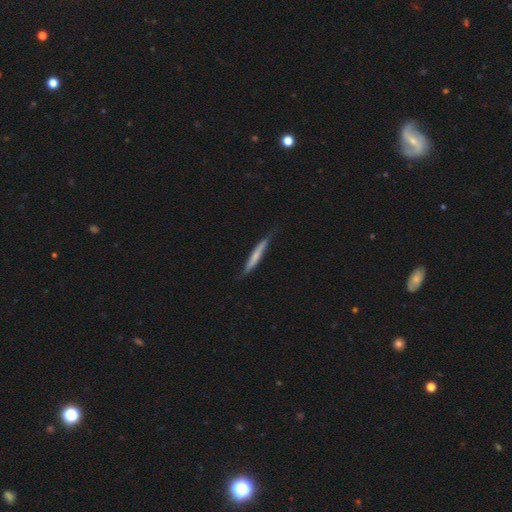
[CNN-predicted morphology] This appears to be a smooth galaxy with no disk features (55%) that is cigar-shaped (95%). Merging: none (73%).